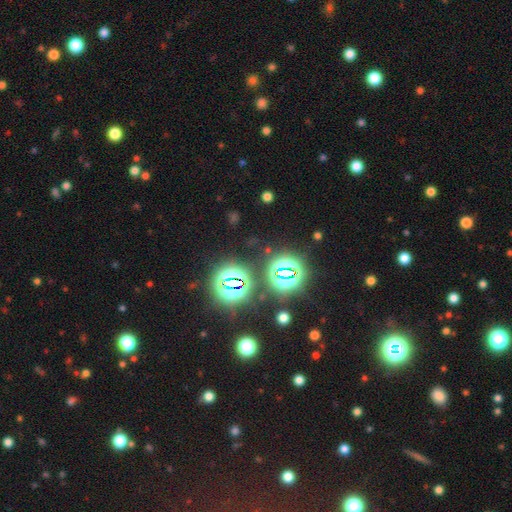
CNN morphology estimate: This appears to be a star or artifact, not a galaxy (75%).